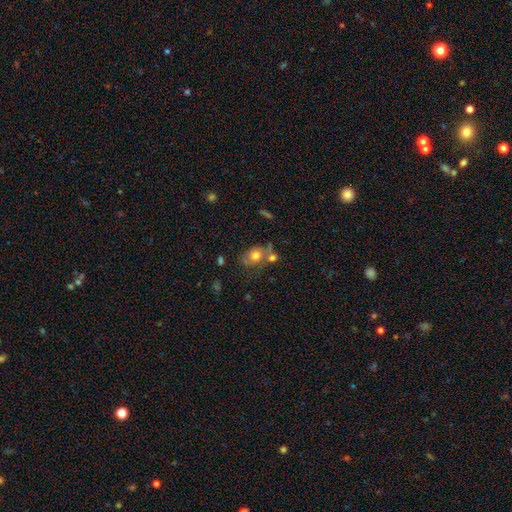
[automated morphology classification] This is likely a smooth galaxy (66%). How rounded: possibly in between (54%). Merging: possibly none (45%).